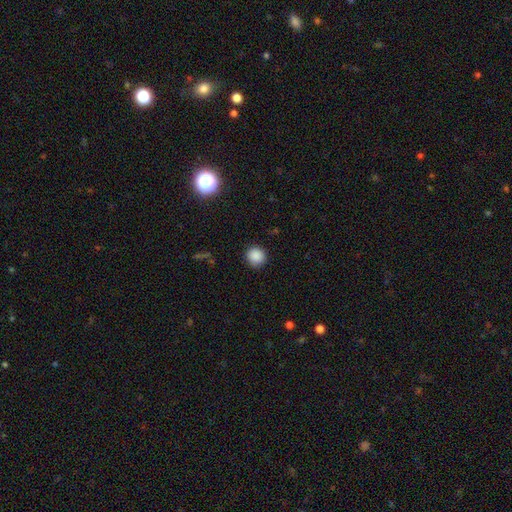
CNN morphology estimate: Smooth or featured?
  - smooth: 88% *
  - star or artifact: 9%
  - featured or disk: 3%
How rounded?
  - round: 91% *
  - in between: 8%
  - cigar-shaped: 1%
Merging?
  - none: 89% *
  - minor disturbance: 7%
  - major disturbance: 2%
  - merger: 1%